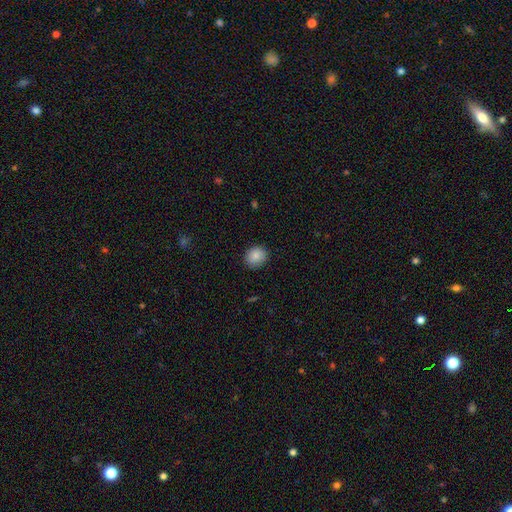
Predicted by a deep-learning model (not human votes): smooth-or-featured: smooth: 87% | star or artifact: 8% | featured or disk: 5%
  how-rounded: round: 73% | in between: 26% | cigar-shaped: 1%
  merging: none: 87% | minor disturbance: 10% | major disturbance: 2% | merger: 1%